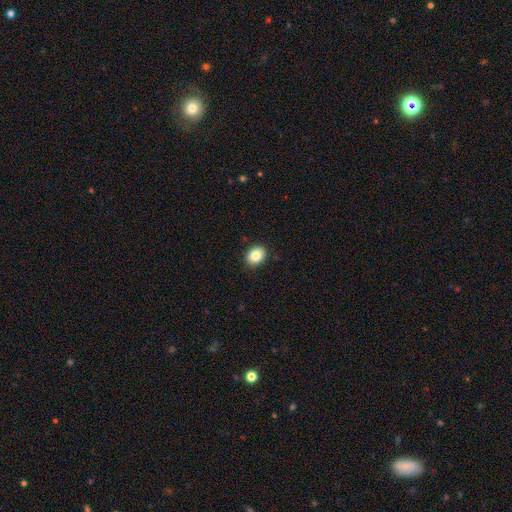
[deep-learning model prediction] This appears to be a smooth galaxy with no disk features (85%) that is in between round and cigar-shaped (54%). Merging: none (90%).